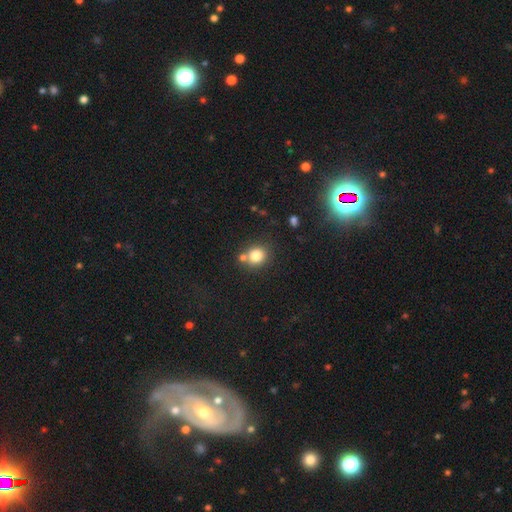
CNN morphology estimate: Smooth or featured? Predicted: smooth (p=0.80). How rounded? Predicted: round (p=0.82). Merging? Predicted: none (p=0.67).